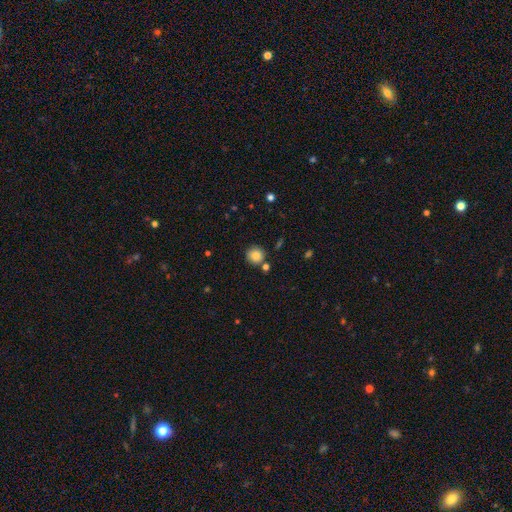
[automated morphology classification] This is clearly a smooth galaxy (86%). How rounded: clearly round (92%). Merging: likely none (80%).